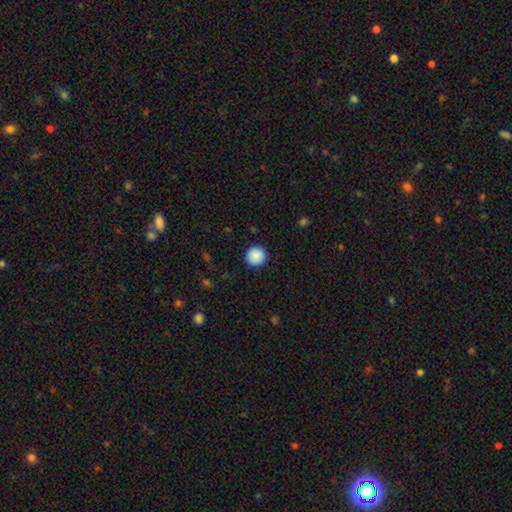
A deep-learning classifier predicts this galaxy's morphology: smooth-or-featured: smooth: 89% | star or artifact: 8% | featured or disk: 3%
  how-rounded: round: 95% | in between: 4% | cigar-shaped: 1%
  merging: none: 92% | minor disturbance: 5% | major disturbance: 2% | merger: 1%